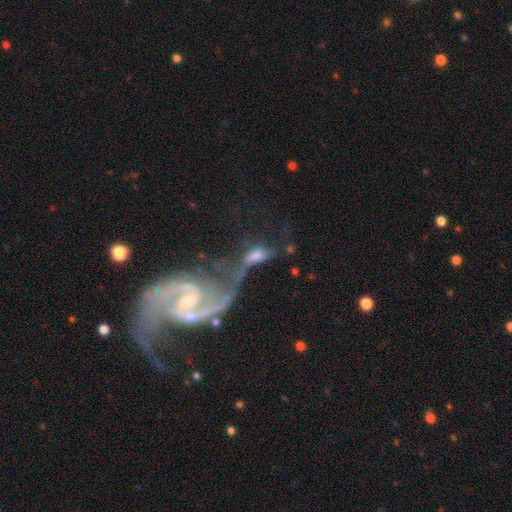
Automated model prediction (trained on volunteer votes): This appears to be a featured or disk galaxy (55%). Merging: merger (43%).